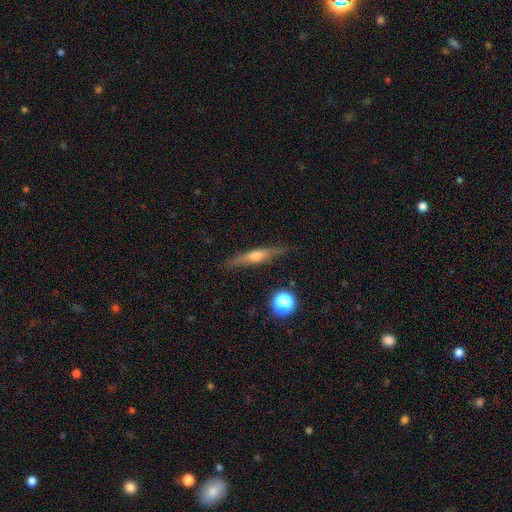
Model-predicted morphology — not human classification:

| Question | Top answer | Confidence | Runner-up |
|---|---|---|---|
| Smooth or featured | featured or disk | 59% | smooth (33%) |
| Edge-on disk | yes | 95% | no (5%) |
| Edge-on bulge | rounded | 83% | none (10%) |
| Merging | none | 85% | minor disturbance (11%) |